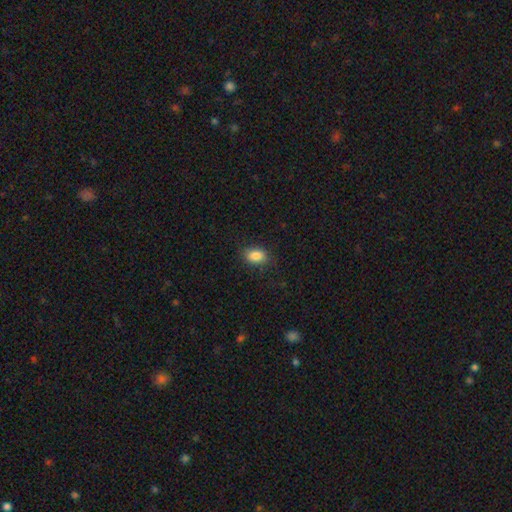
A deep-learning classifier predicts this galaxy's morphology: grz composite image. It shows a smooth galaxy with no disk features (86%) that is in between round and cigar-shaped (79%). Merging: none (83%).